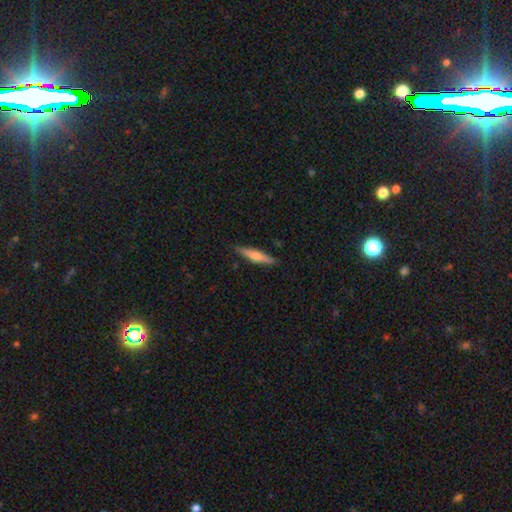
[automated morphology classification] smooth_or_featured: smooth (p=0.48) [alt: featured or disk p=0.46]
merging: none (p=0.88) [alt: minor disturbance p=0.09]